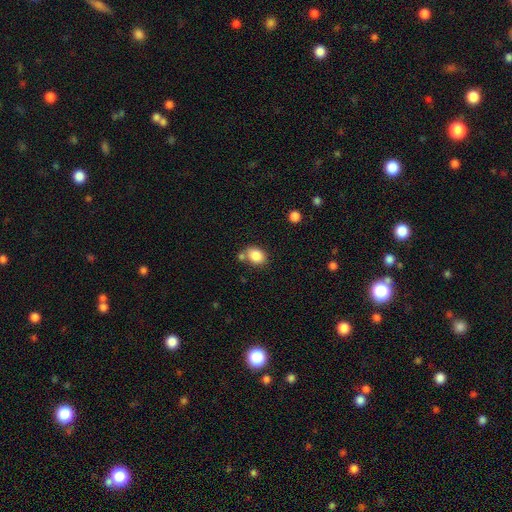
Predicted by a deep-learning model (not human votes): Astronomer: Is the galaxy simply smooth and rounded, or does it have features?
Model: smooth — 86%.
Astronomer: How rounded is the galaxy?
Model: in between — 62%.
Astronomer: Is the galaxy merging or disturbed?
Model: none — 66%.